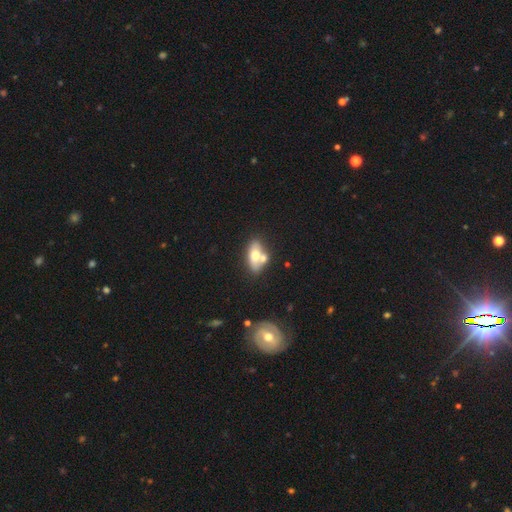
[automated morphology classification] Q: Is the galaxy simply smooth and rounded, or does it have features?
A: smooth — 61%.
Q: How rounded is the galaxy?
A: in between — 84%.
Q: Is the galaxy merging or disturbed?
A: none — 49%.